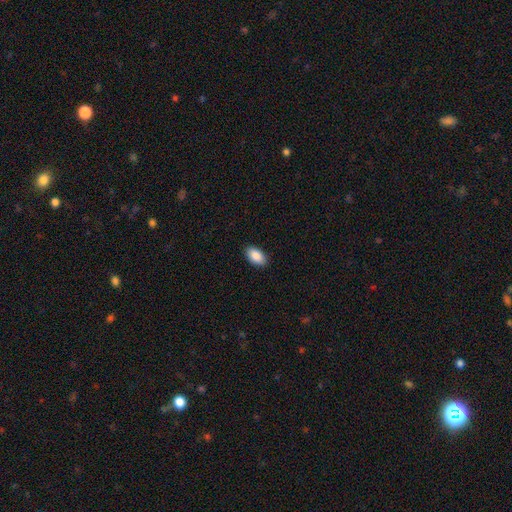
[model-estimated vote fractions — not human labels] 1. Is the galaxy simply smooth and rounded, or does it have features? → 89% smooth, 7% star or artifact, 5% featured or disk.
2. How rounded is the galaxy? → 94% in between, 5% round, 2% cigar-shaped.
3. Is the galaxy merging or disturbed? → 90% none, 7% minor disturbance, 2% major disturbance, 1% merger.